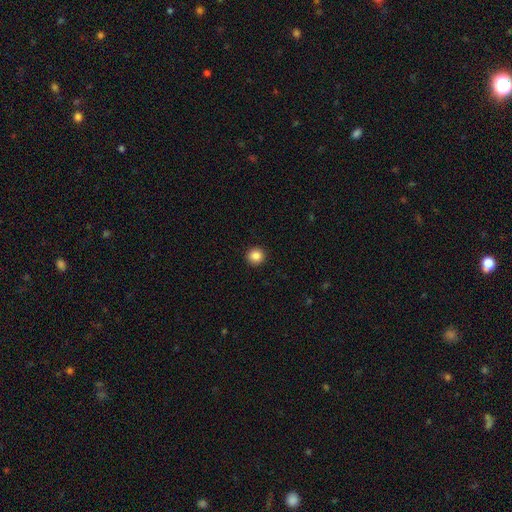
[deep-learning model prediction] Smooth or featured: smooth — 86% (star or artifact — 10%)
How rounded: round — 94% (in between — 5%)
Merging: none — 93% (minor disturbance — 4%)